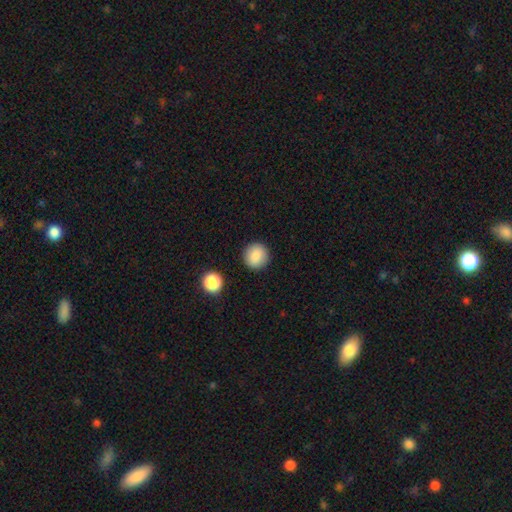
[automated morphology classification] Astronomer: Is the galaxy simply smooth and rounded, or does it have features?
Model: smooth — 87%.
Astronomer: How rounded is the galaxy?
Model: round — 91%.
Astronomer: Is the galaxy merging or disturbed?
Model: none — 90%.